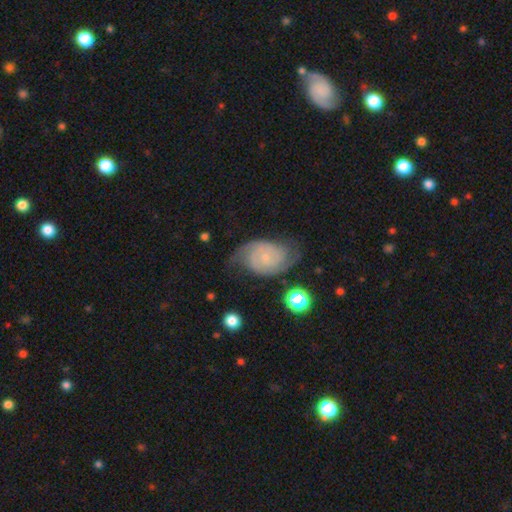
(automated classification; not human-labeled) Smooth or featured: featured or disk — 81% (smooth — 13%)
Edge-on disk: no — 97% (yes — 3%)
Bar: no — 71% (weak — 25%)
Spiral arms: yes — 95% (no — 5%)
Spiral winding: tight — 51% (medium — 37%)
Spiral arm count: 2 — 77% (can't tell — 11%)
Bulge size: small — 76% (moderate — 17%)
Merging: none — 63% (minor disturbance — 23%)